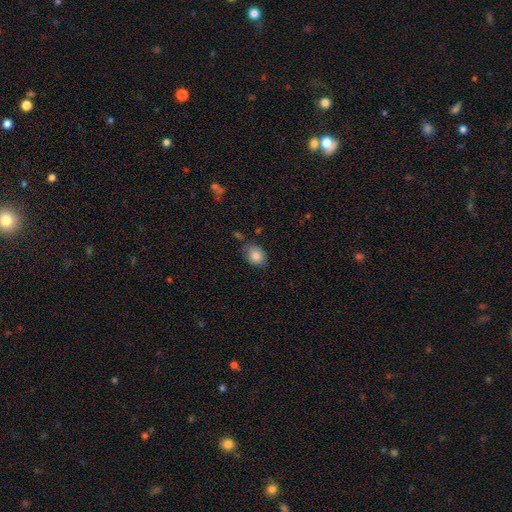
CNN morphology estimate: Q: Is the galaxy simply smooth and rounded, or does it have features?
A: smooth — 84%.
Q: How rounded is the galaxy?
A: in between — 69%.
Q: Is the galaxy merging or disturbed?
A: none — 65%.